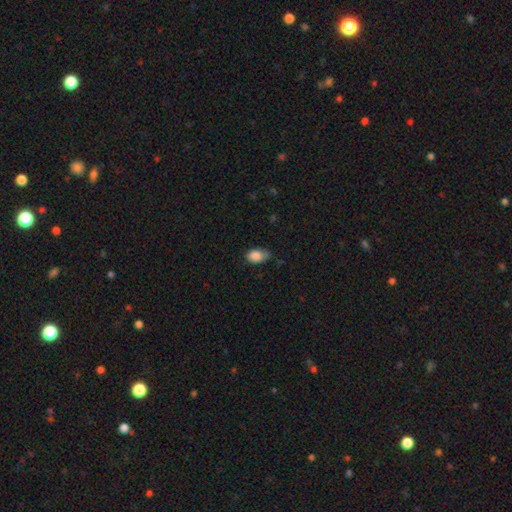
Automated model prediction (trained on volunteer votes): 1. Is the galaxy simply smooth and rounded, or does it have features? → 86% smooth, 8% star or artifact, 7% featured or disk.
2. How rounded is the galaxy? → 87% in between, 12% round, 2% cigar-shaped.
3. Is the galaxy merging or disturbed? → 55% none, 36% minor disturbance, 7% major disturbance, 2% merger.